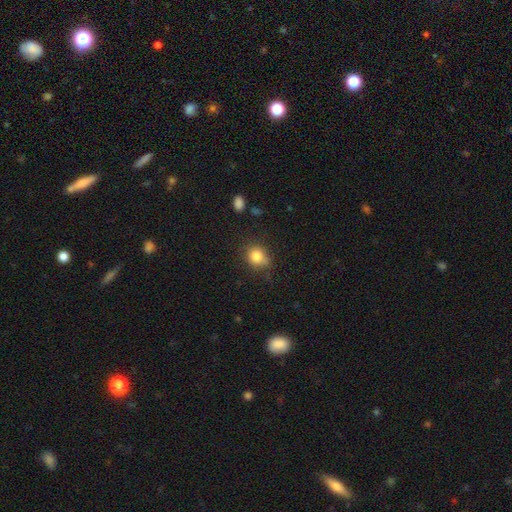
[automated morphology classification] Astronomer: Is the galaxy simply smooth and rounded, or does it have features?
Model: smooth — 82%.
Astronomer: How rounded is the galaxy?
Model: round — 72%.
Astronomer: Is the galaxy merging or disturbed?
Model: none — 67%.